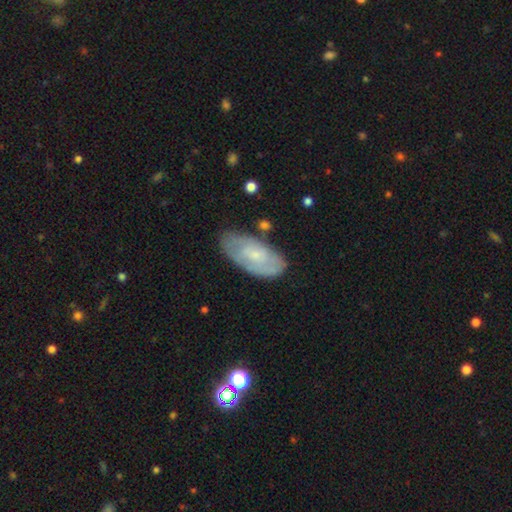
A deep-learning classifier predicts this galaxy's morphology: type=featured or disk (49%); merging=none (69%).